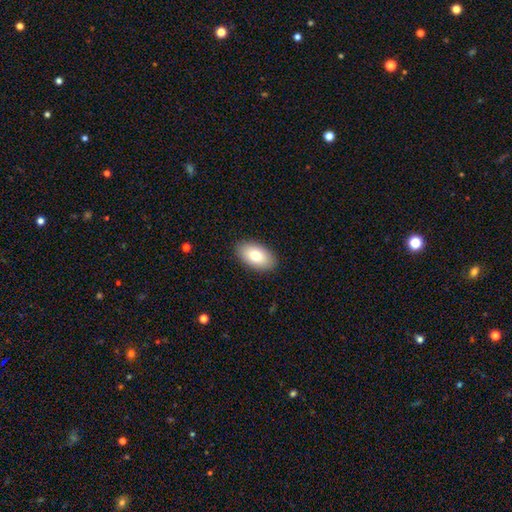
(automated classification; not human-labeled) Smooth or featured?
  - smooth: 79% *
  - featured or disk: 14%
  - star or artifact: 7%
How rounded?
  - in between: 95% *
  - round: 4%
  - cigar-shaped: 2%
Merging?
  - none: 90% *
  - minor disturbance: 8%
  - major disturbance: 2%
  - merger: 1%